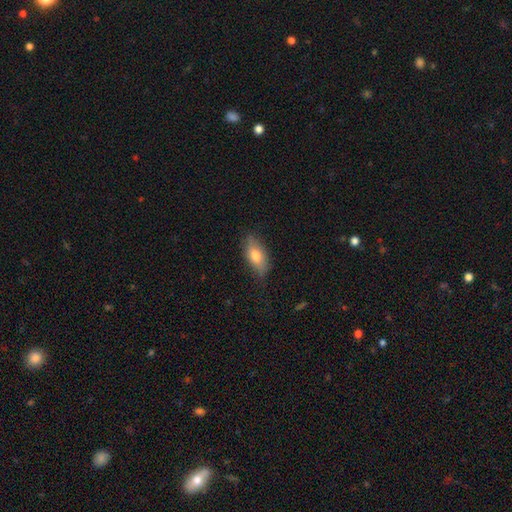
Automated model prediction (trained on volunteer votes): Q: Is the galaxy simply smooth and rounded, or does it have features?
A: smooth — 73%.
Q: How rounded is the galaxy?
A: in between — 85%.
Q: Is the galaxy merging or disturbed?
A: none — 74%.